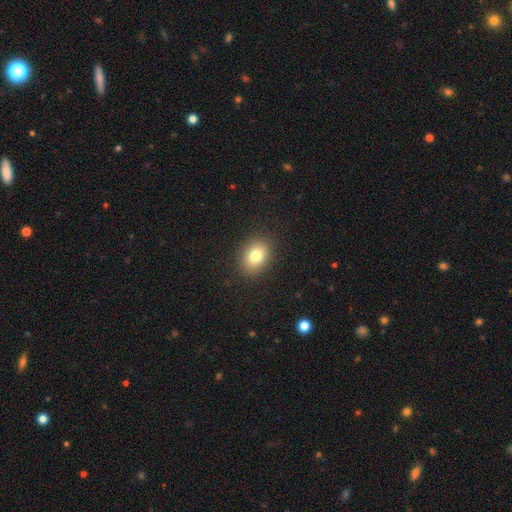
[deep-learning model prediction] Q: Smooth or featured?
A: smooth (80%); runner-up: star or artifact (10%)
Q: How rounded?
A: in between (61%); runner-up: round (38%)
Q: Merging?
A: none (89%); runner-up: minor disturbance (7%)